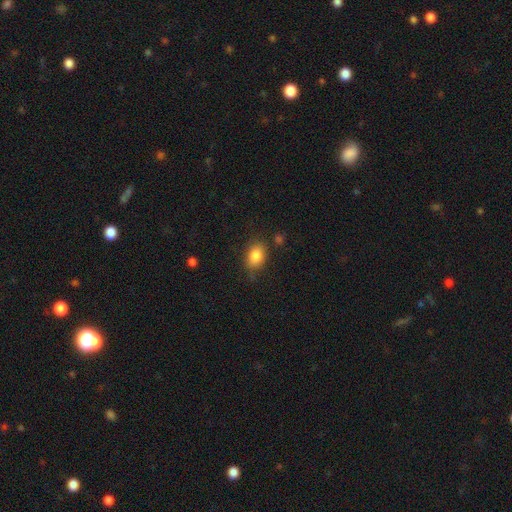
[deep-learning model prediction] This is clearly a smooth galaxy (84%). How rounded: likely in between (75%). Merging: likely none (74%).